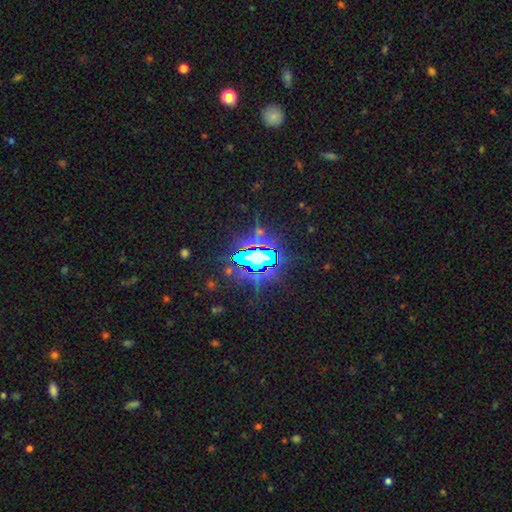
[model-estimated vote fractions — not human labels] This is clearly a star or artifact rather than a galaxy (83%).